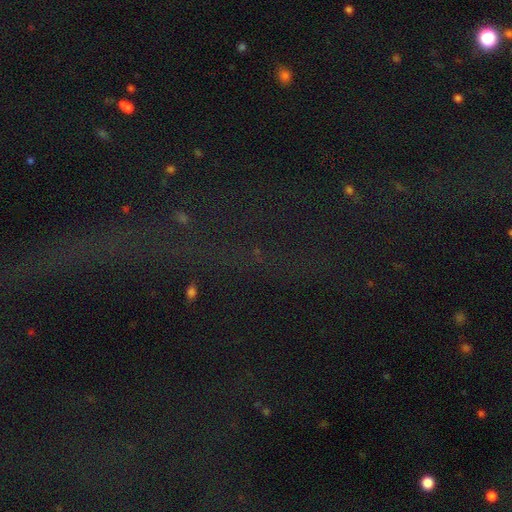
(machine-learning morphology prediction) smooth_or_featured: star or artifact (p=0.75) [alt: featured or disk p=0.13]